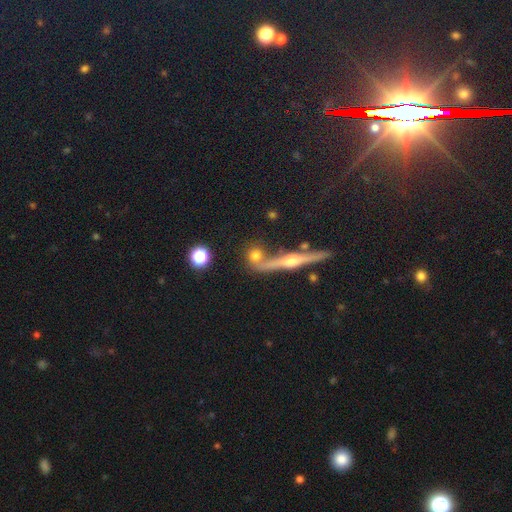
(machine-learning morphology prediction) Q: Smooth or featured?
A: smooth (63%); runner-up: featured or disk (25%)
Q: How rounded?
A: round (77%); runner-up: in between (15%)
Q: Merging?
A: none (60%); runner-up: merger (25%)